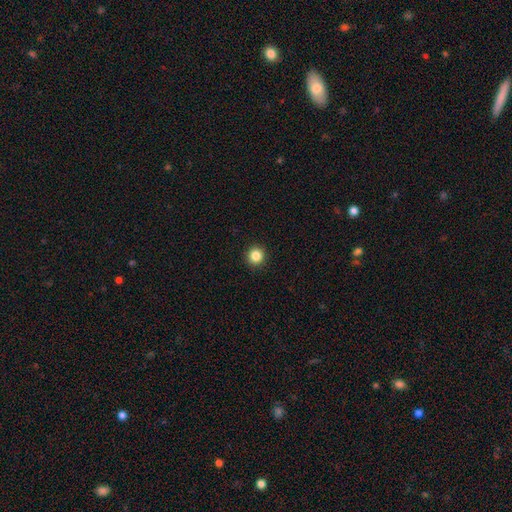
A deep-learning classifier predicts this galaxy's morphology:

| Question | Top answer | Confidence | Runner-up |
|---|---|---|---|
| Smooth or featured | smooth | 84% | star or artifact (11%) |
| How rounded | round | 94% | in between (5%) |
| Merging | none | 93% | minor disturbance (4%) |